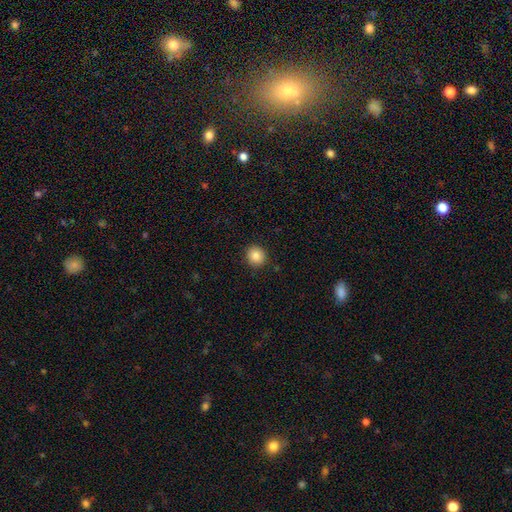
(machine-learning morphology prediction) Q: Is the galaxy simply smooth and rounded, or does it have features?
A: smooth — 85%.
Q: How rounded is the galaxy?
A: round — 89%.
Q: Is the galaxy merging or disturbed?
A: none — 91%.